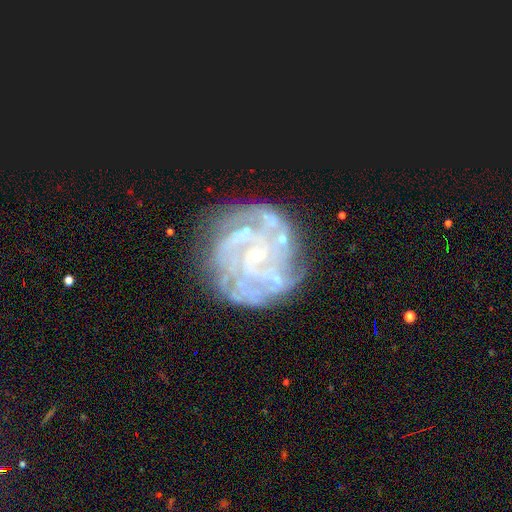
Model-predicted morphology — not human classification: smooth-or-featured: featured or disk: 81% | smooth: 10% | star or artifact: 9%
  disk-edge-on: no: 98% | yes: 2%
    bar: no: 63% | weak: 29% | strong: 9%
    has-spiral-arms: yes: 82% | no: 18%
      spiral-winding: tight: 62% | medium: 28% | loose: 10%
      spiral-arm-count: can't tell: 41% | 3: 15% | 4: 15% | 2: 13% | more than 4: 9% | 1: 7%
    bulge-size: small: 72% | none: 14% | moderate: 11% | large: 1% | dominant: 1%
  merging: none: 69% | minor disturbance: 16% | major disturbance: 11% | merger: 4%